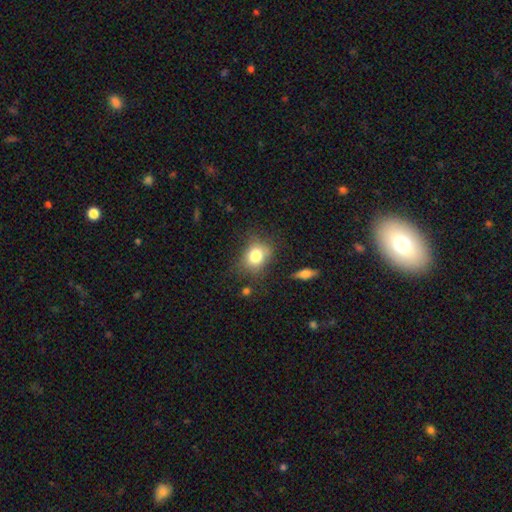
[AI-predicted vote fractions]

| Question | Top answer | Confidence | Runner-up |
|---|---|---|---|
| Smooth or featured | smooth | 79% | star or artifact (11%) |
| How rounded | round | 54% | in between (45%) |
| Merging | none | 69% | minor disturbance (20%) |